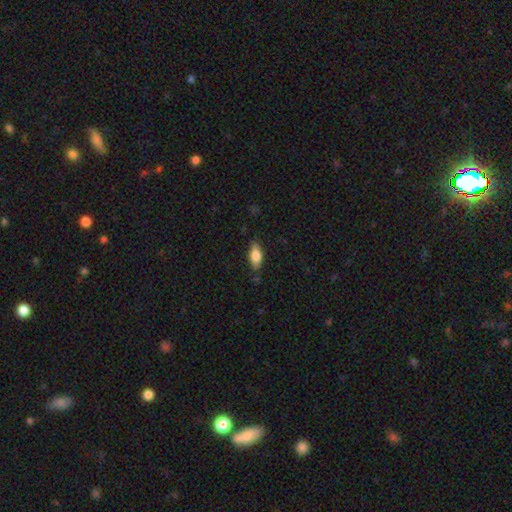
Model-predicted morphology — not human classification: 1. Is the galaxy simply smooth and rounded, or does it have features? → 73% smooth, 20% featured or disk, 7% star or artifact.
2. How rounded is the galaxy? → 80% in between, 17% cigar-shaped, 3% round.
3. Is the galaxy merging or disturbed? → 82% none, 14% minor disturbance, 3% major disturbance, 2% merger.